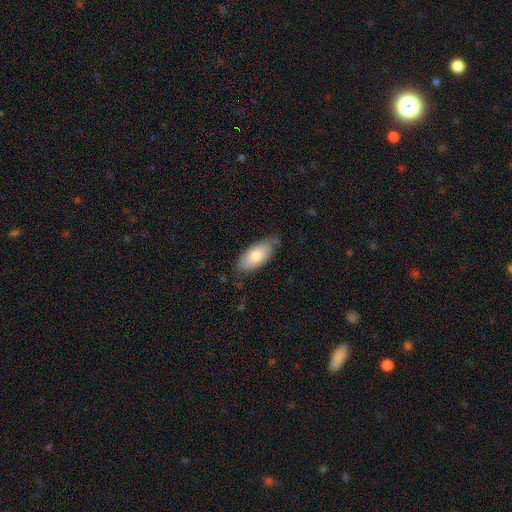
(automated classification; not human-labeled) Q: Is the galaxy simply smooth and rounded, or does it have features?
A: smooth — 77%.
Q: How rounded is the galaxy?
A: in between — 88%.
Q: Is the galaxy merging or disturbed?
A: none — 72%.